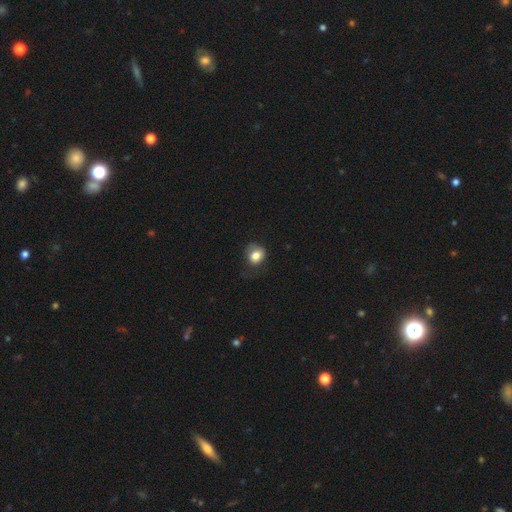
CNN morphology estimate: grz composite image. It shows a smooth galaxy with no disk features (80%) that is round (63%). Merging: none (56%).